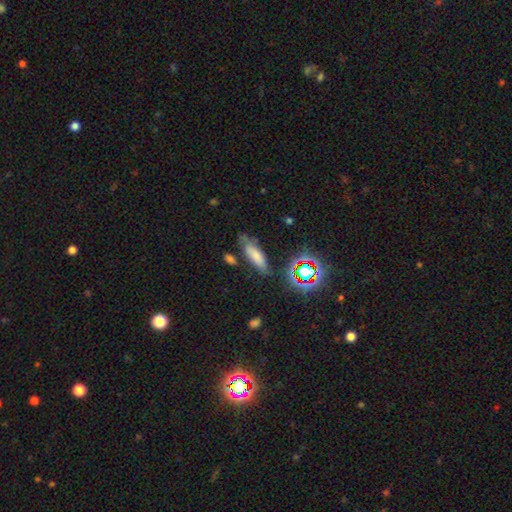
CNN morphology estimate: This appears to be a smooth galaxy with no disk features (66%) that is in between round and cigar-shaped (52%). Merging: none (64%).